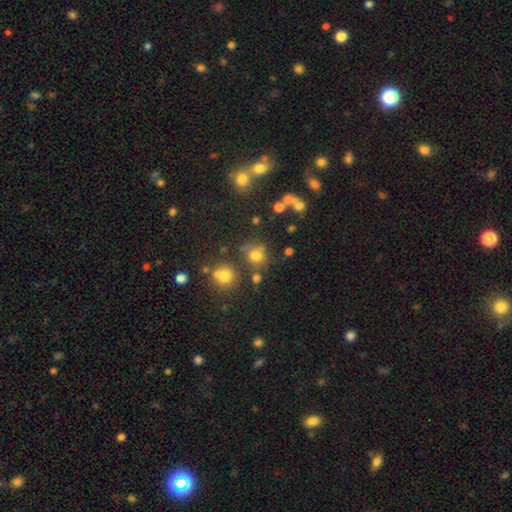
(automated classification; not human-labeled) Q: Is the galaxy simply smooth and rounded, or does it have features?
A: smooth — 71%.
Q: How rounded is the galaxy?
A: round — 80%.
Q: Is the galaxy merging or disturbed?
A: none — 64%.